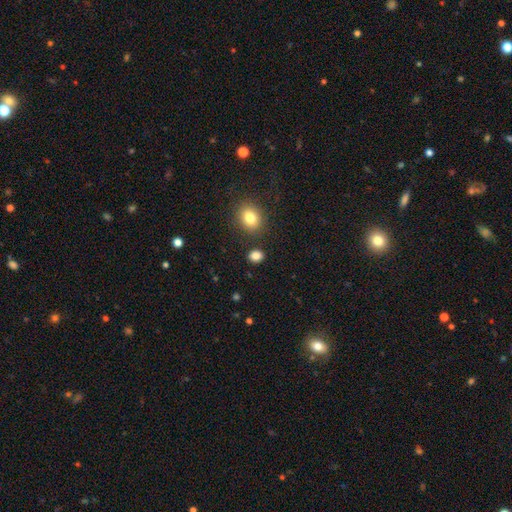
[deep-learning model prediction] Smooth or featured: smooth — 84% (star or artifact — 11%)
How rounded: round — 51% (in between — 47%)
Merging: none — 85% (minor disturbance — 8%)